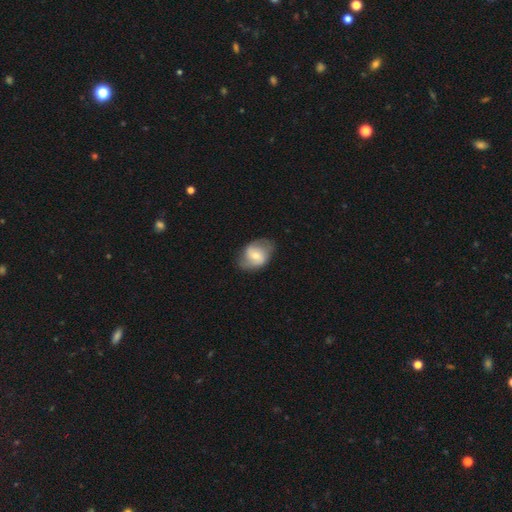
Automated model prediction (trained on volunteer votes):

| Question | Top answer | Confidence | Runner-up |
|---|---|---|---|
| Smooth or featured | featured or disk | 51% | smooth (42%) |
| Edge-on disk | no | 96% | yes (4%) |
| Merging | none | 70% | minor disturbance (22%) |